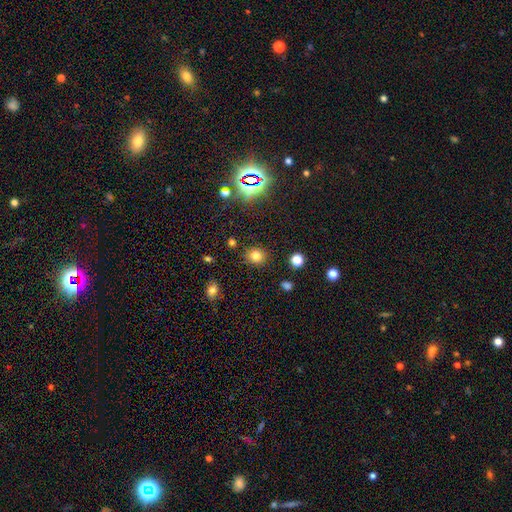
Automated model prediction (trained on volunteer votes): Overall: smooth (78%). How rounded: round (84%). Merging: none (88%).